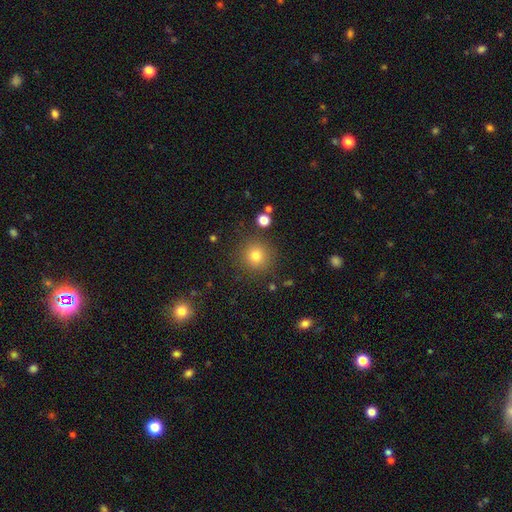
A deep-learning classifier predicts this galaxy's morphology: smooth-or-featured: smooth: 78% | star or artifact: 14% | featured or disk: 8%
  how-rounded: round: 94% | in between: 5% | cigar-shaped: 1%
  merging: none: 88% | minor disturbance: 7% | major disturbance: 3% | merger: 3%